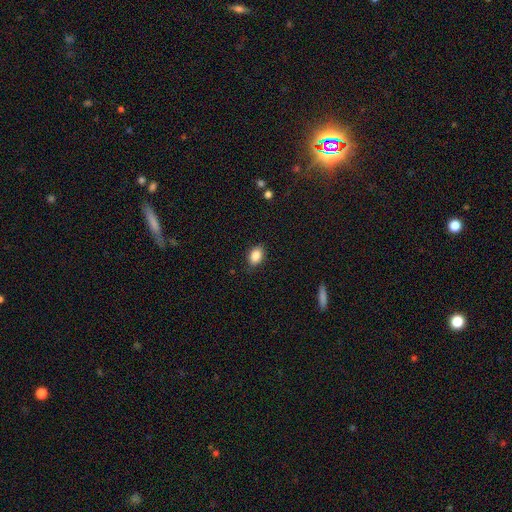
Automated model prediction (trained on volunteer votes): This appears to be a smooth galaxy with no disk features (87%) that is in between round and cigar-shaped (86%). Merging: none (84%).